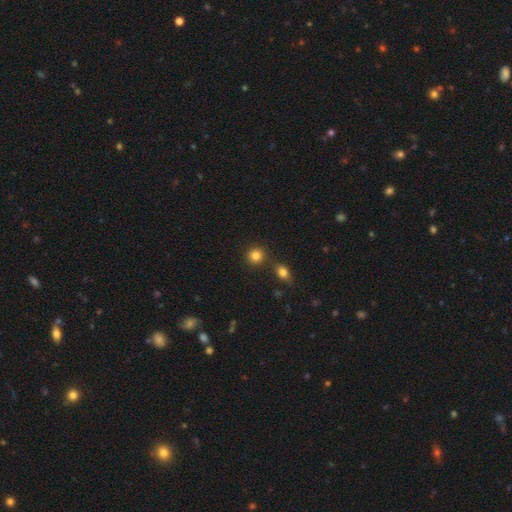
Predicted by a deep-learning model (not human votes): The model was most divided on "merging": none: 78%, merger: 11%, minor disturbance: 8%, major disturbance: 3%. More confident: how rounded — round (88%); smooth or featured — smooth (83%).